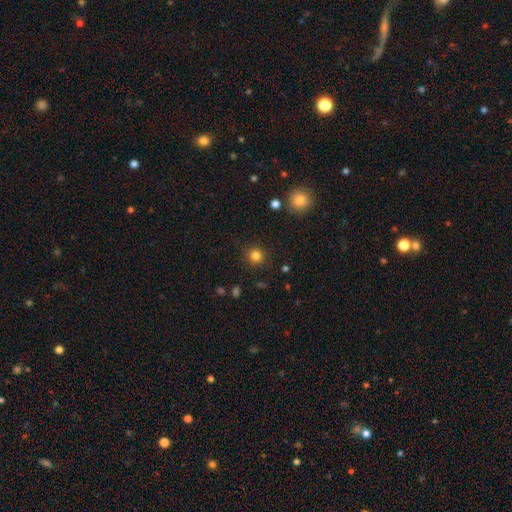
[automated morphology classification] Q: Smooth or featured?
A: smooth (82%); runner-up: star or artifact (13%)
Q: How rounded?
A: round (93%); runner-up: in between (6%)
Q: Merging?
A: none (89%); runner-up: minor disturbance (7%)